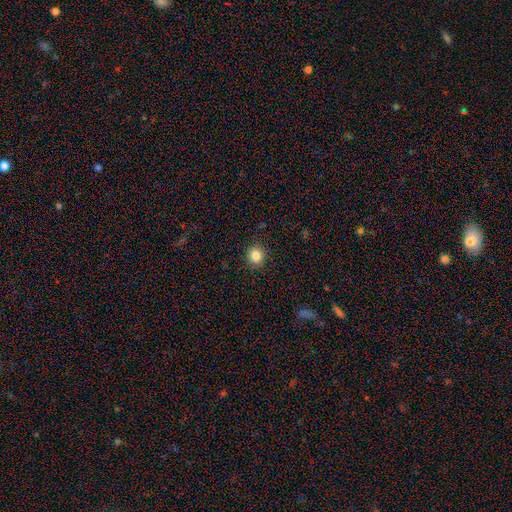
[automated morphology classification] Smooth or featured? smooth (84%)
How rounded? round (87%)
Merging? none (91%)